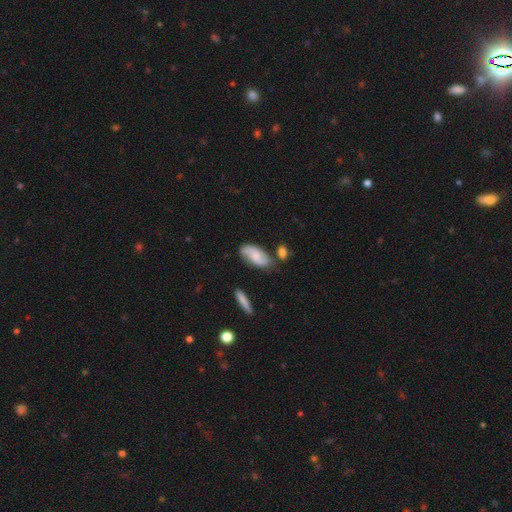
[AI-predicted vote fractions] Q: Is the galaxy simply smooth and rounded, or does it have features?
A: smooth — 55%.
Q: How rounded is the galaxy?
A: in between — 86%.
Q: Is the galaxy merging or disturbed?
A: none — 66%.